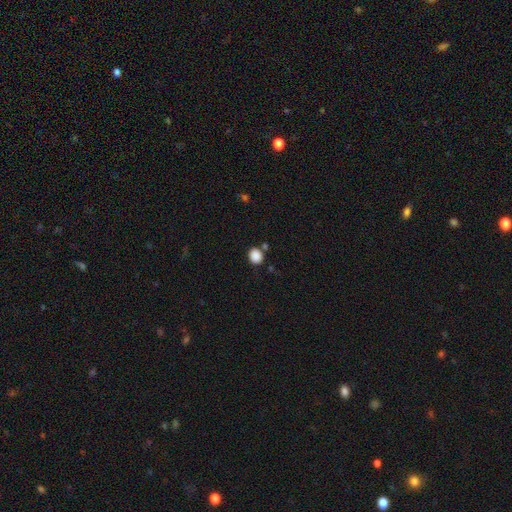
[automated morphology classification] A smooth galaxy with no disk features (87%) that is round (68%).

Vote fractions:
- Smooth or featured? smooth: 87% / star or artifact: 10% / featured or disk: 3%
- How rounded? round: 68% / in between: 31% / cigar-shaped: 1%
- Merging? none: 76% / minor disturbance: 12% / merger: 8% / major disturbance: 4%